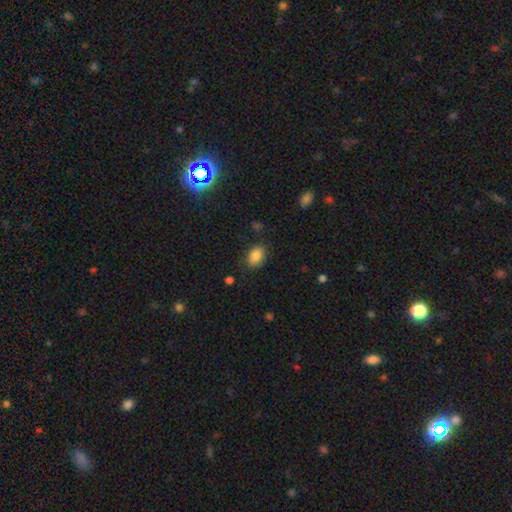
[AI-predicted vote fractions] Smooth or featured? smooth (83%)
How rounded? in between (70%)
Merging? none (77%)